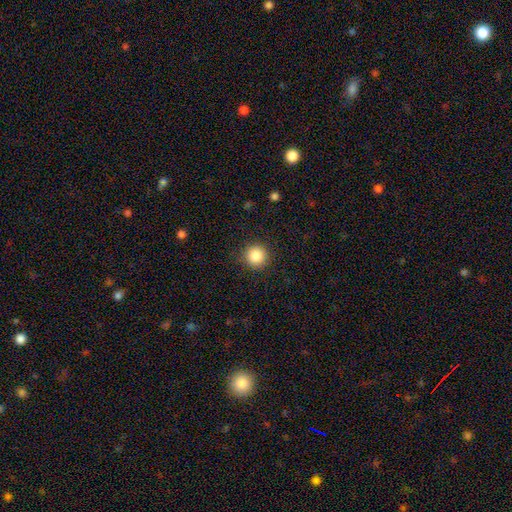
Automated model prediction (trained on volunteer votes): This appears to be a smooth galaxy with no disk features (86%) that is round (95%). Merging: none (91%).